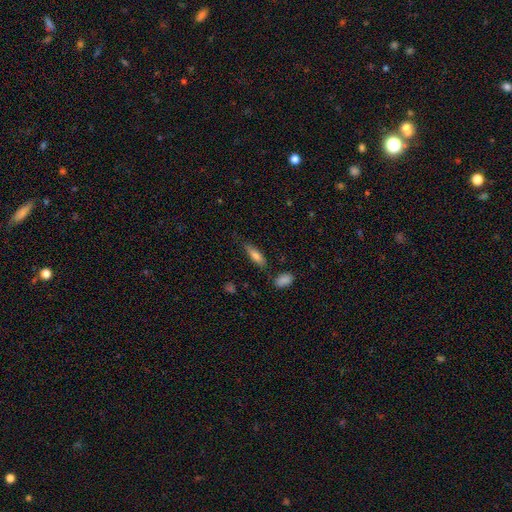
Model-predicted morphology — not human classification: Smooth or featured: smooth — 73% (featured or disk — 20%)
How rounded: cigar-shaped — 53% (in between — 44%)
Merging: none — 73% (minor disturbance — 18%)